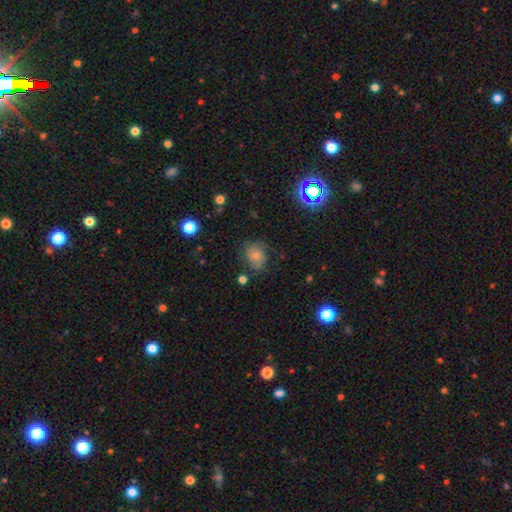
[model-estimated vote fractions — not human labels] smooth_or_featured: smooth (p=0.46) [alt: featured or disk p=0.30]
merging: none (p=0.68) [alt: minor disturbance p=0.21]